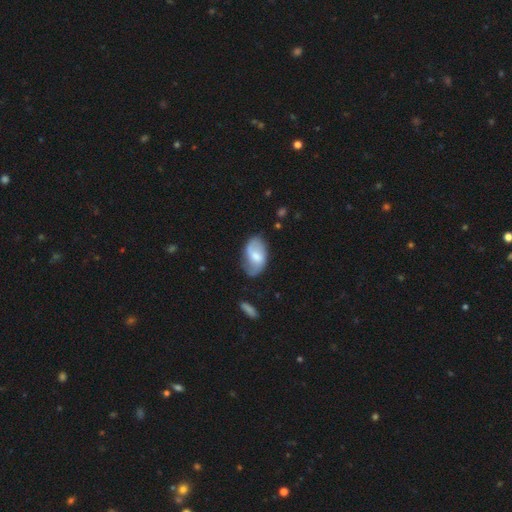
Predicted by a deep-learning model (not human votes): Overall: featured or disk (49%; smooth 44%). Merging: none (62%; minor disturbance 27%).